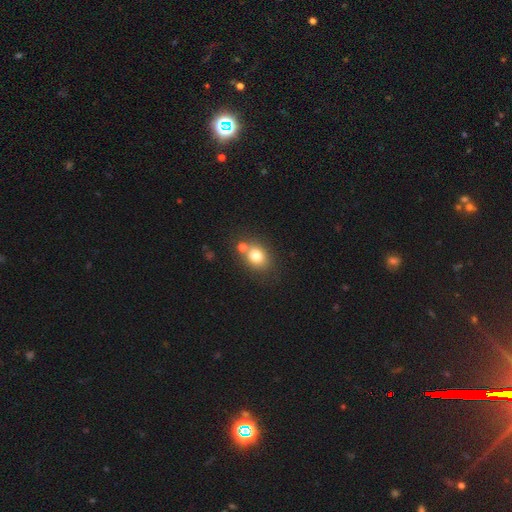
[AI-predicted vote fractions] A smooth galaxy with no disk features (77%) that is in between round and cigar-shaped (50%).

Vote fractions:
- Smooth or featured? smooth: 77% / featured or disk: 12% / star or artifact: 11%
- How rounded? in between: 50% / round: 49% / cigar-shaped: 1%
- Merging? none: 60% / merger: 25% / minor disturbance: 11% / major disturbance: 4%